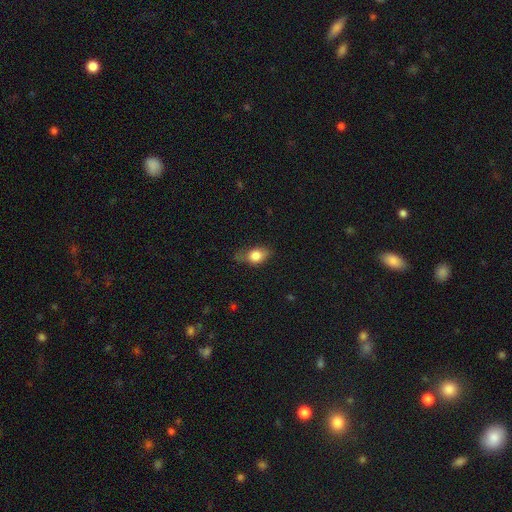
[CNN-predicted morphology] smooth-or-featured: smooth: 76% | featured or disk: 16% | star or artifact: 9%
  how-rounded: in between: 71% | round: 24% | cigar-shaped: 5%
  merging: none: 56% | minor disturbance: 32% | major disturbance: 10% | merger: 2%